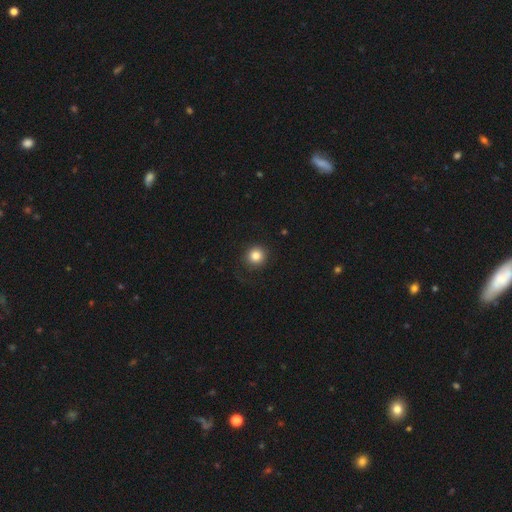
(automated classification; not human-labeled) Smooth or featured? Predicted: smooth (p=0.84). How rounded? Predicted: round (p=0.93). Merging? Predicted: none (p=0.86).